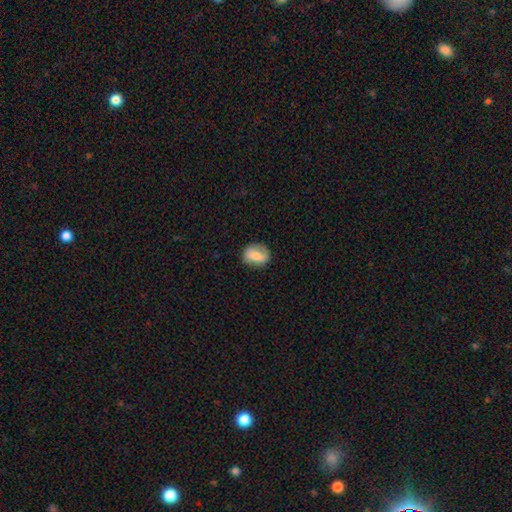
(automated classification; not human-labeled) smooth_or_featured: smooth (p=0.66) [alt: featured or disk p=0.26]
how_rounded: in between (p=0.49) [tied with: round p=0.49]
merging: none (p=0.80) [alt: minor disturbance p=0.15]